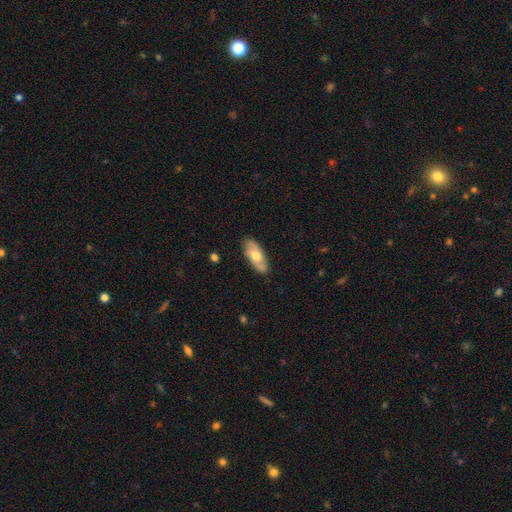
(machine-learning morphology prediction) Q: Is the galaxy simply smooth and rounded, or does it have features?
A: smooth — 50%.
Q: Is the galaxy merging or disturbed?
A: none — 82%.